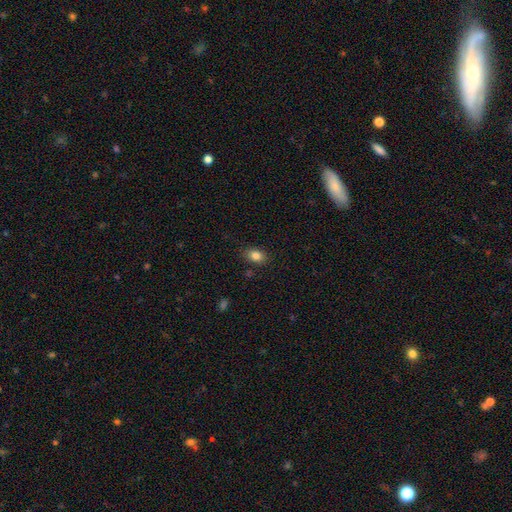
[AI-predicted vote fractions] A smooth galaxy with no disk features (84%) that is in between round and cigar-shaped (77%). Merging: none (83%).